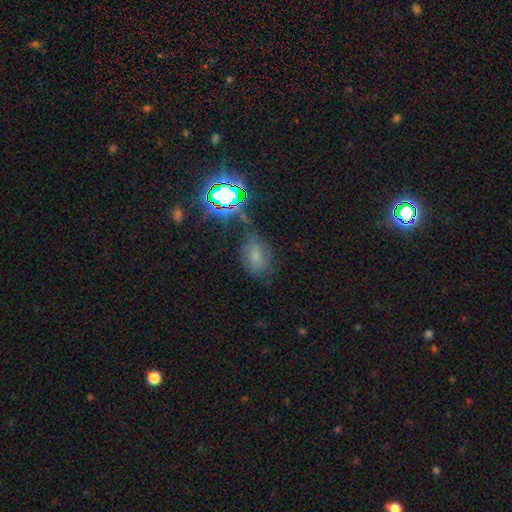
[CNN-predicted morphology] Smooth or featured: smooth — 56% (star or artifact — 29%)
How rounded: in between — 84% (round — 13%)
Merging: none — 58% (minor disturbance — 25%)